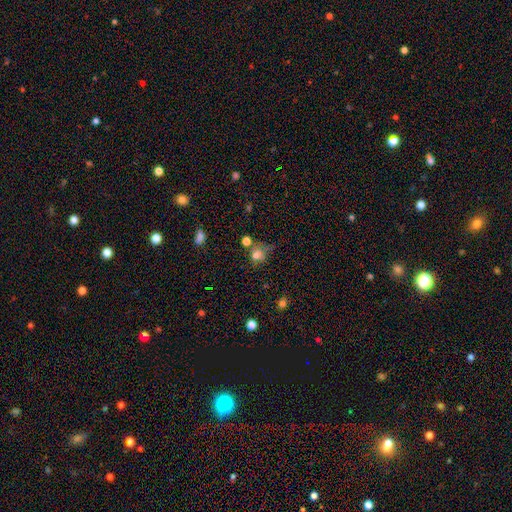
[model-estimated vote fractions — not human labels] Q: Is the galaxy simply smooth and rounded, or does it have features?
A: smooth — 73%.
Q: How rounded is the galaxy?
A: round — 70%.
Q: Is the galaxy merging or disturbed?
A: none — 43%.